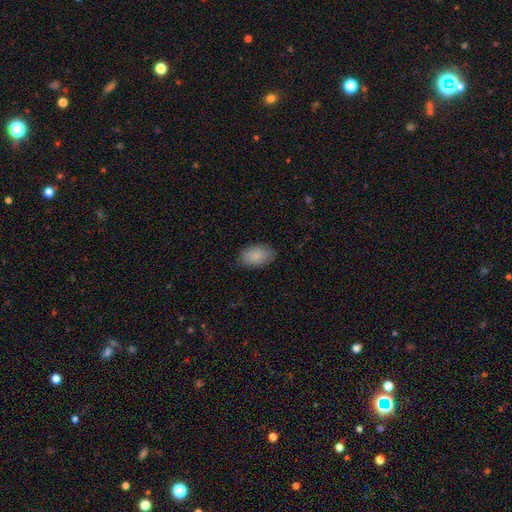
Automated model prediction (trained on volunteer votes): Morphology: type=smooth (88%); roundness=in between (93%); merging=none (84%).